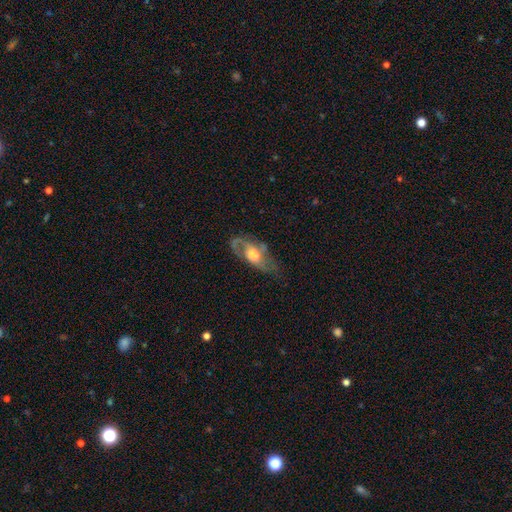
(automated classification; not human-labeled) smooth-or-featured: featured or disk: 66% | smooth: 27% | star or artifact: 7%
  disk-edge-on: no: 86% | yes: 14%
    bar: no: 64% | weak: 29% | strong: 7%
    has-spiral-arms: yes: 73% | no: 27%
    bulge-size: moderate: 63% | large: 23% | small: 11% | none: 2% | dominant: 2%
  merging: none: 49% | minor disturbance: 27% | major disturbance: 20% | merger: 3%